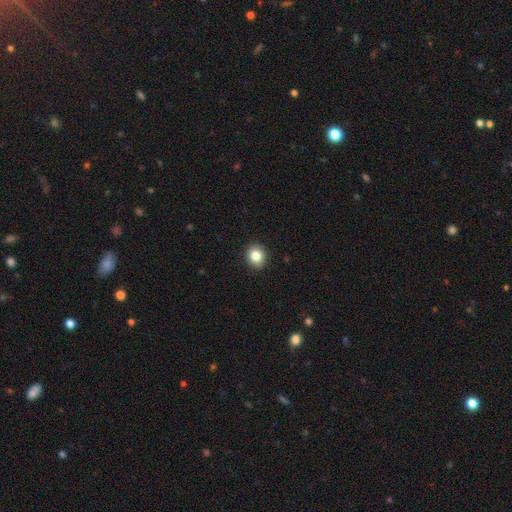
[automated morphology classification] smooth_or_featured: smooth (p=0.84) [alt: star or artifact p=0.10]
how_rounded: round (p=0.79) [alt: in between p=0.20]
merging: none (p=0.91) [alt: minor disturbance p=0.07]